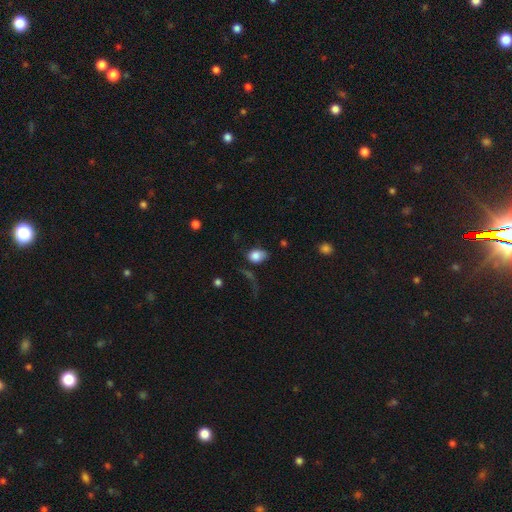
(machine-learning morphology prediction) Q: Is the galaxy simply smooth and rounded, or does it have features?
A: smooth — 82%.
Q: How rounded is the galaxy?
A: in between — 69%.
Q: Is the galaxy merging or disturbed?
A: none — 43%.